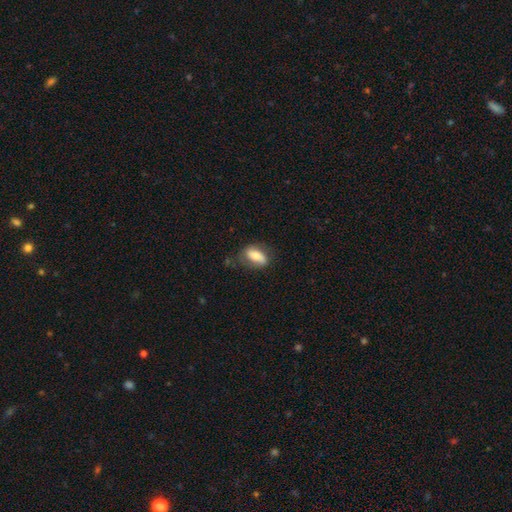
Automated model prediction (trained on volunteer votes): Overall: smooth (63%; featured or disk 31%). How rounded: in between (85%). Merging: none (65%).